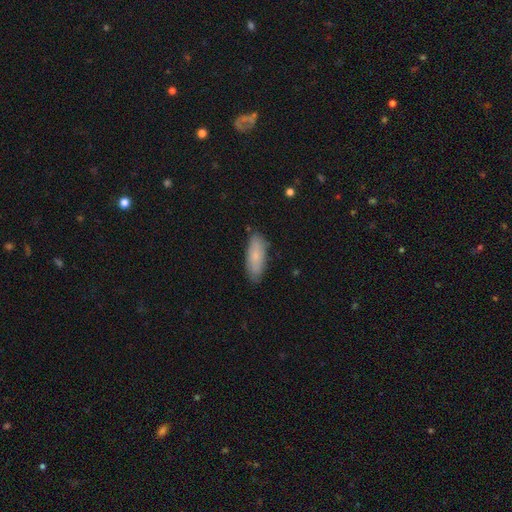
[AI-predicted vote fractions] A smooth galaxy with no disk features (77%) that is in between round and cigar-shaped (68%). Merging: none (81%).